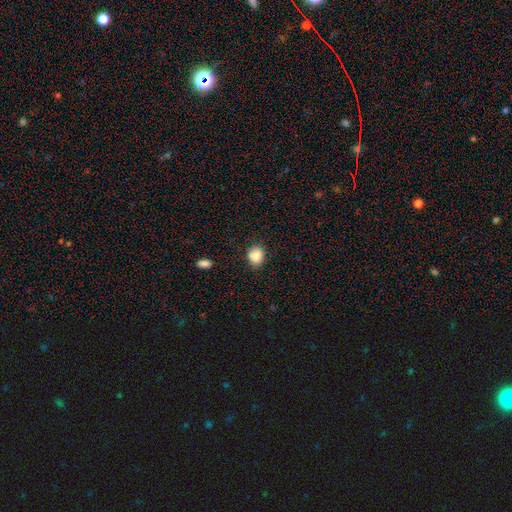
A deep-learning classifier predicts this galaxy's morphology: Smooth or featured? smooth (88%)
How rounded? round (59%)
Merging? none (80%)